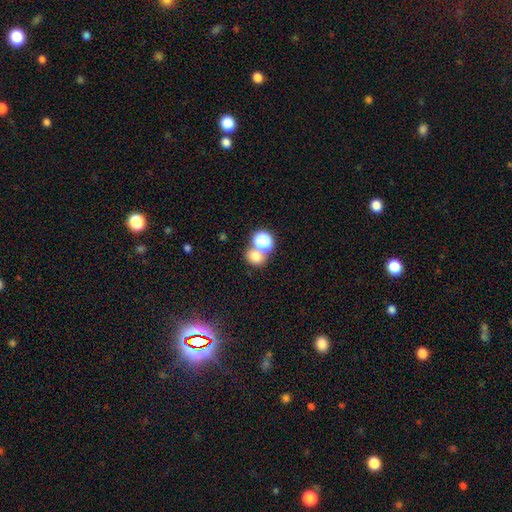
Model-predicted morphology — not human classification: The model was most divided on "merging": none: 50%, merger: 38%, minor disturbance: 8%, major disturbance: 4%. More confident: smooth or featured — smooth (73%); how rounded — round (63%).